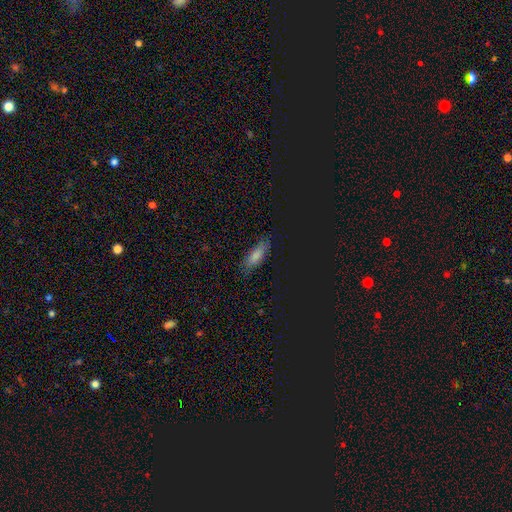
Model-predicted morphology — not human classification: A smooth galaxy with no disk features (64%) that is in between round and cigar-shaped (63%).

Vote fractions:
- Smooth or featured? smooth: 64% / star or artifact: 22% / featured or disk: 14%
- How rounded? in between: 63% / cigar-shaped: 33% / round: 4%
- Merging? none: 82% / minor disturbance: 14% / major disturbance: 3% / merger: 1%